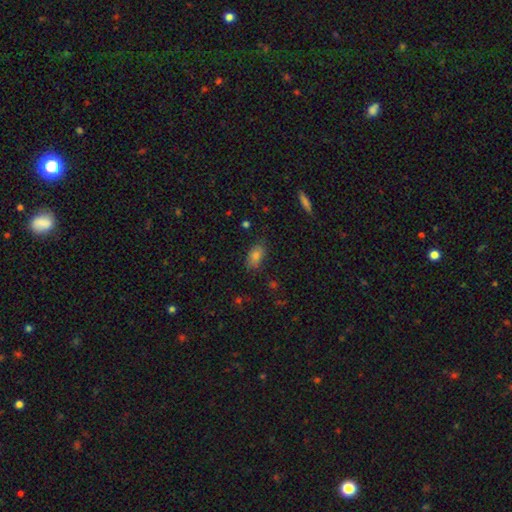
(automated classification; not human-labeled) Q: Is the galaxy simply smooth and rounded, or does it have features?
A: smooth — 77%.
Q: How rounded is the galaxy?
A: in between — 87%.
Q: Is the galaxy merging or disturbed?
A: none — 78%.